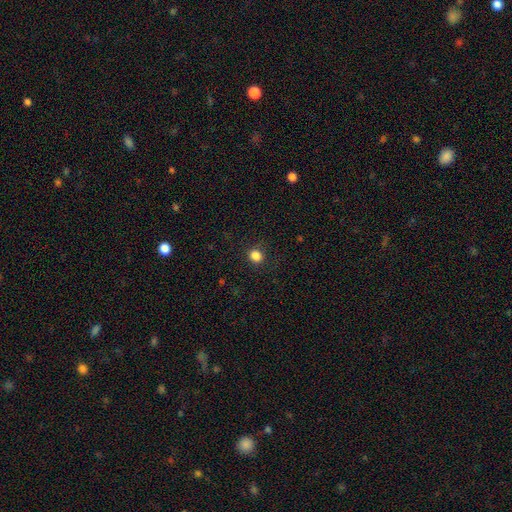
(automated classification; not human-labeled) Smooth or featured?
  - smooth: 85% *
  - star or artifact: 12%
  - featured or disk: 4%
How rounded?
  - round: 83% *
  - in between: 16%
  - cigar-shaped: 1%
Merging?
  - none: 88% *
  - minor disturbance: 8%
  - major disturbance: 3%
  - merger: 1%